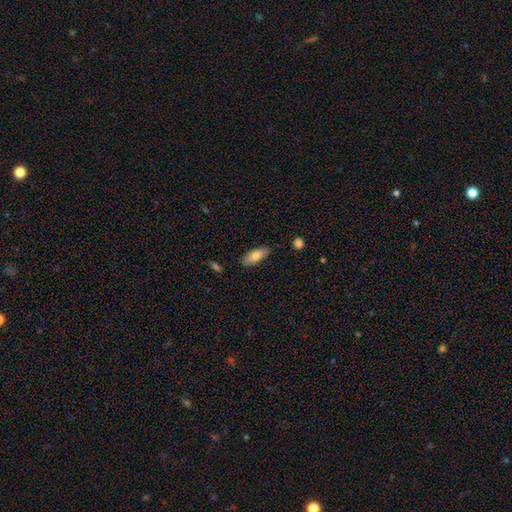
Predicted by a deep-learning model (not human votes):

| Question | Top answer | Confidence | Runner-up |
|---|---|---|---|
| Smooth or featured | smooth | 76% | featured or disk (18%) |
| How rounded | in between | 78% | cigar-shaped (20%) |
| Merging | none | 85% | minor disturbance (11%) |